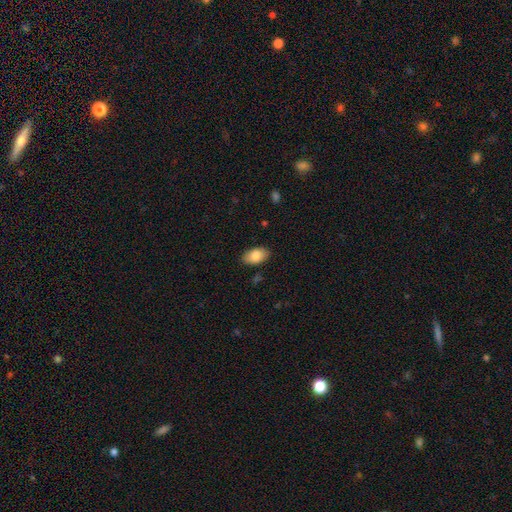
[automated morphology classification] Smooth or featured: smooth — 85% (featured or disk — 9%)
How rounded: in between — 93% (round — 5%)
Merging: none — 86% (minor disturbance — 11%)